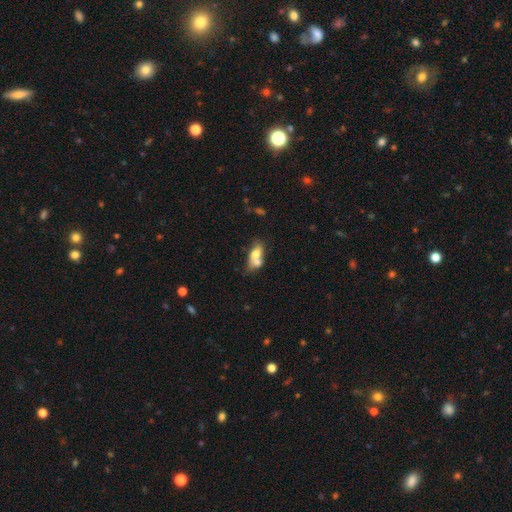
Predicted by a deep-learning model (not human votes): Smooth or featured? smooth (66%)
How rounded? in between (75%)
Merging? merger (63%)